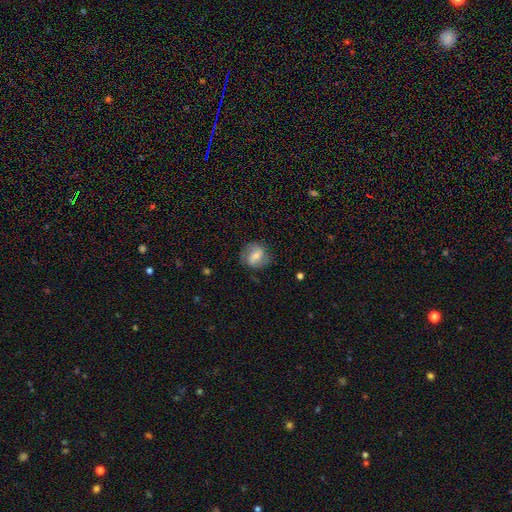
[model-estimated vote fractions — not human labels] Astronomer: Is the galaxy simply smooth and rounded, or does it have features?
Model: smooth — 46% (runner-up: featured or disk, 45%).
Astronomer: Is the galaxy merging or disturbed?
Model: none — 73%.